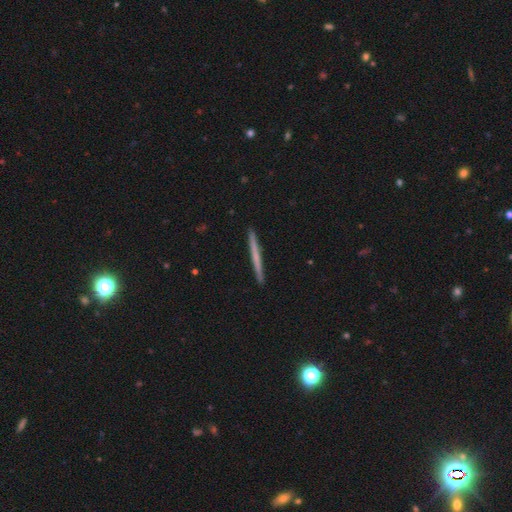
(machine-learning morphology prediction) The model was most divided on "smooth or featured": smooth: 50%, featured or disk: 45%, star or artifact: 5%. More confident: how rounded — cigar-shaped (97%); merging — none (93%).